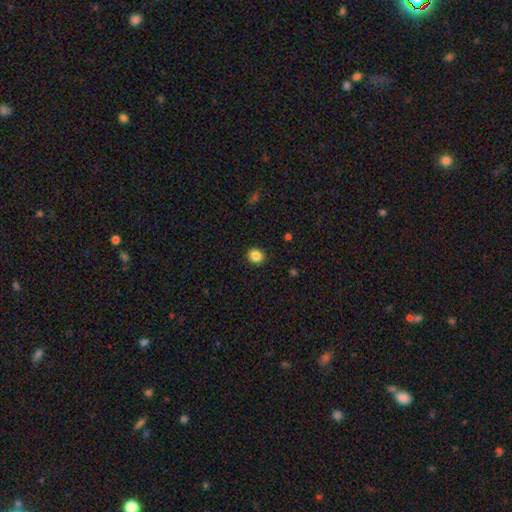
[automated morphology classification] This appears to be a smooth galaxy with no disk features (86%) that is round (75%). Merging: none (91%).